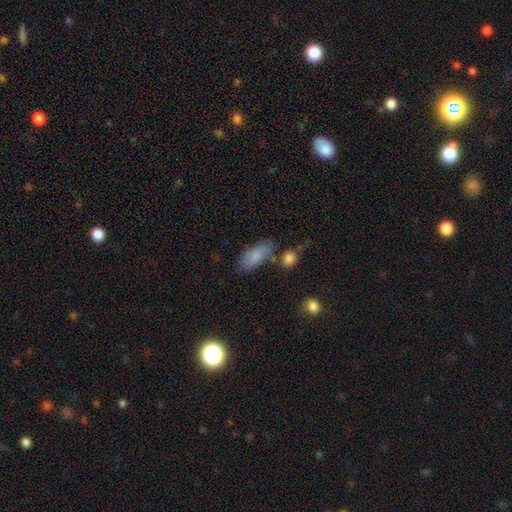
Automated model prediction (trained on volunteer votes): Smooth or featured? Predicted: smooth (p=0.81). How rounded? Predicted: in between (p=0.87). Merging? Predicted: none (p=0.58).